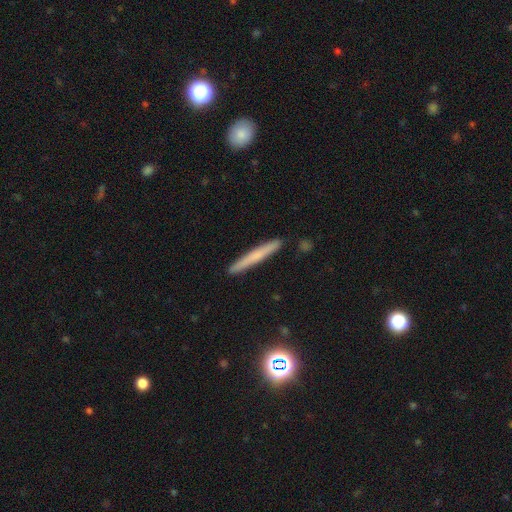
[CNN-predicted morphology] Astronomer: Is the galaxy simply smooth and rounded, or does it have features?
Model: smooth — 60%.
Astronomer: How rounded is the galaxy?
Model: cigar-shaped — 96%.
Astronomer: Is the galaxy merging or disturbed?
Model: none — 91%.